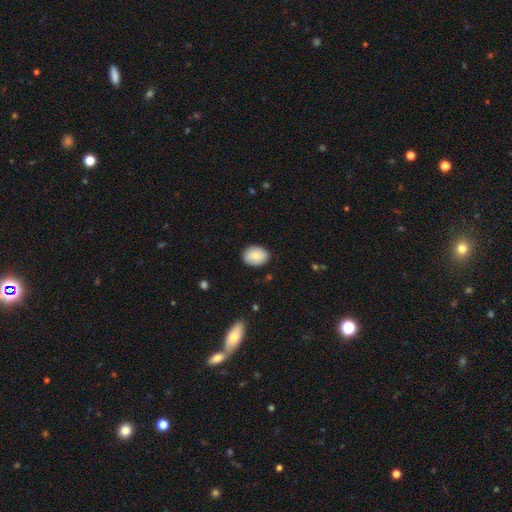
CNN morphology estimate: This appears to be a smooth galaxy with no disk features (85%) that is in between round and cigar-shaped (65%). Merging: none (83%).